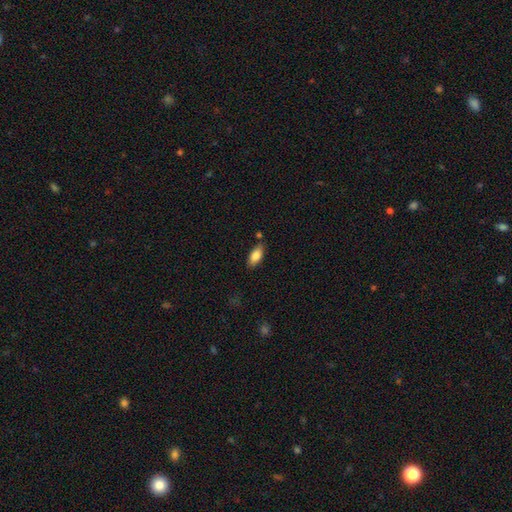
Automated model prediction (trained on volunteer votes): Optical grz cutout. It shows a smooth galaxy with no disk features (83%) that is in between round and cigar-shaped (88%). Merging: none (78%).